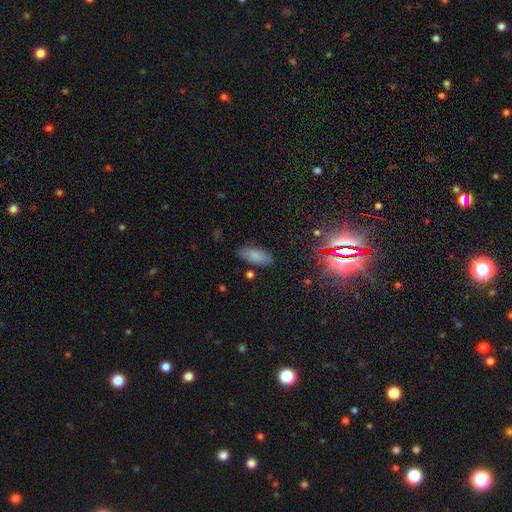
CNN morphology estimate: smooth 82%, star or artifact 10%, featured or disk 8%. Down the decision tree: how rounded — in between (87%); merging — none (82%).